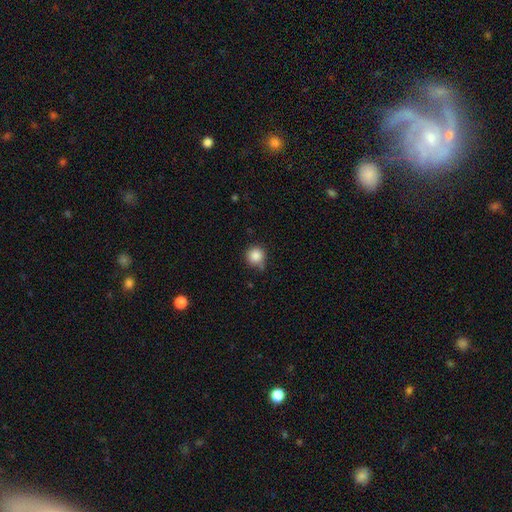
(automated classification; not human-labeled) Morphology: type=smooth (86%); roundness=round (94%); merging=none (68%).